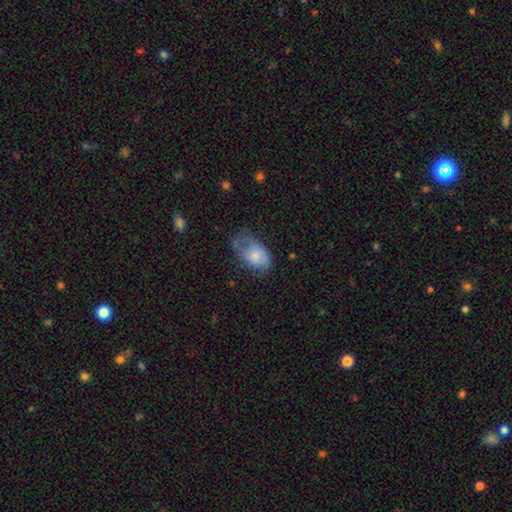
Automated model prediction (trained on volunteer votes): This appears to be a smooth galaxy with no disk features (63%) that is in between round and cigar-shaped (89%). Merging: minor disturbance (37%).